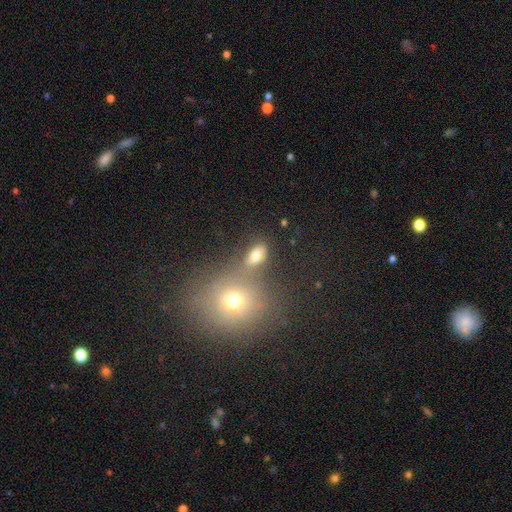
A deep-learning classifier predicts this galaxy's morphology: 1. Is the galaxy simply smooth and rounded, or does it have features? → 72% smooth, 16% star or artifact, 12% featured or disk.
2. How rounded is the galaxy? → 74% in between, 22% round, 3% cigar-shaped.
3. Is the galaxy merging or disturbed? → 57% none, 24% merger, 12% minor disturbance, 6% major disturbance.